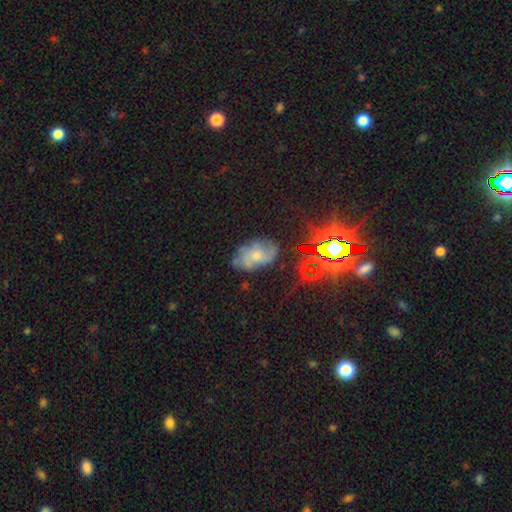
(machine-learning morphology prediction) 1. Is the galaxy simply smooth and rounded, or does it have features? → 45% featured or disk, 36% smooth, 19% star or artifact.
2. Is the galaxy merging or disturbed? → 58% none, 26% minor disturbance, 12% major disturbance, 3% merger.